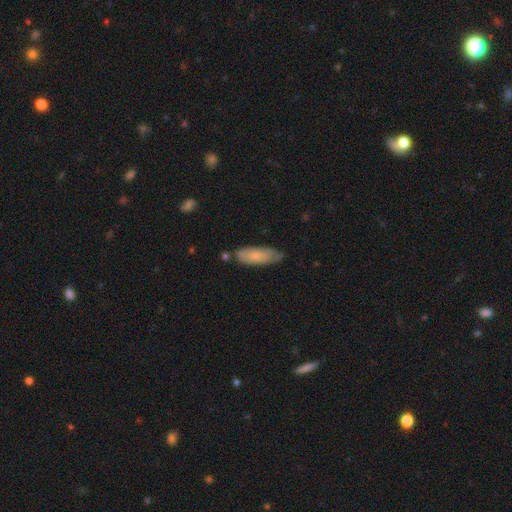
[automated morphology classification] Smooth or featured? smooth (74%)
How rounded? in between (62%)
Merging? none (65%)